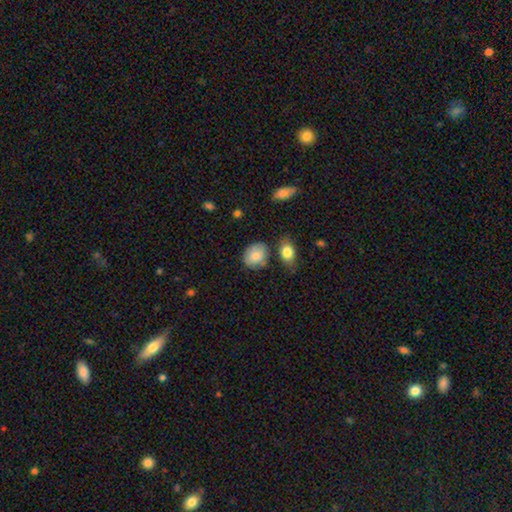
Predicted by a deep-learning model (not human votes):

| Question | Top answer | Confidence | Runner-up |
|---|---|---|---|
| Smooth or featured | smooth | 82% | featured or disk (11%) |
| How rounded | in between | 64% | round (35%) |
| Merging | none | 68% | minor disturbance (20%) |